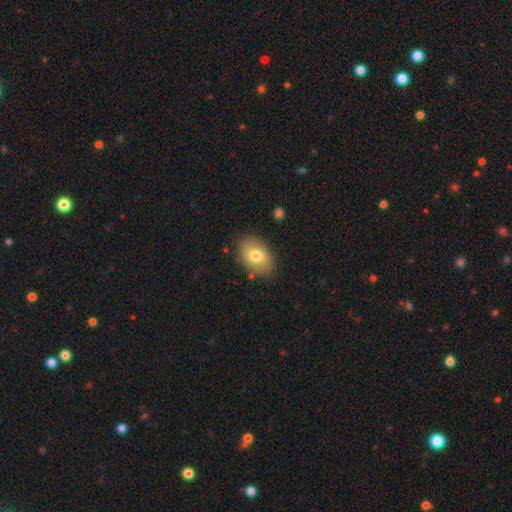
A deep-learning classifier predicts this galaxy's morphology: A smooth galaxy with no disk features (75%) that is in between round and cigar-shaped (85%).

Vote fractions:
- Smooth or featured? smooth: 75% / featured or disk: 17% / star or artifact: 8%
- How rounded? in between: 85% / round: 14% / cigar-shaped: 1%
- Merging? none: 82% / minor disturbance: 13% / major disturbance: 3% / merger: 2%